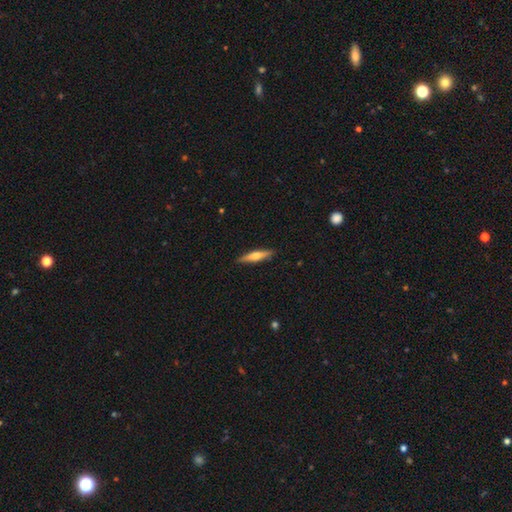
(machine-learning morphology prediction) type=smooth (50%); roundness=cigar-shaped (84%); merging=none (90%).